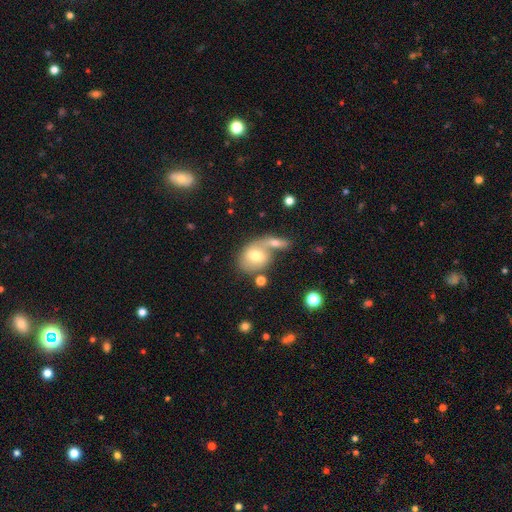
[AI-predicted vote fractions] smooth 63%, featured or disk 29%, star or artifact 8%. Down the decision tree: how rounded — in between (54%); merging — merger (50%).